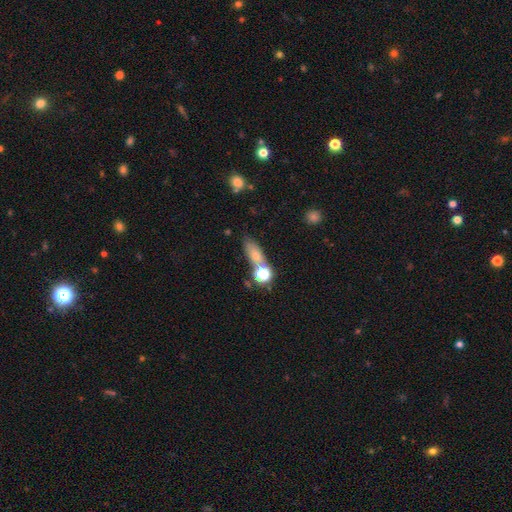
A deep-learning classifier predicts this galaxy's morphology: Smooth or featured?
  - smooth: 60% *
  - star or artifact: 21%
  - featured or disk: 20%
How rounded?
  - in between: 53% *
  - cigar-shaped: 25%
  - round: 22%
Merging?
  - none: 59% *
  - merger: 22%
  - minor disturbance: 13%
  - major disturbance: 6%